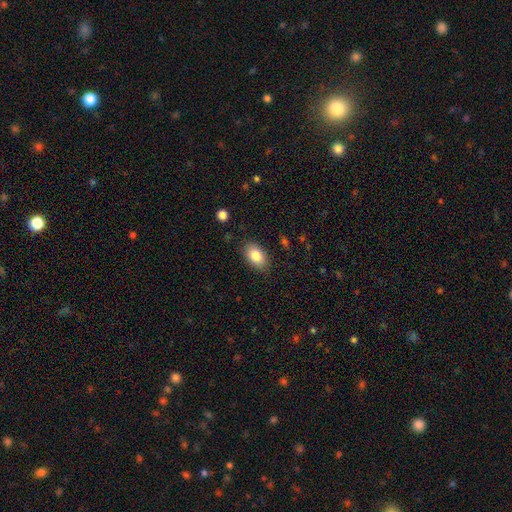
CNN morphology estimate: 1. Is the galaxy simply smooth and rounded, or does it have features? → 84% smooth, 9% featured or disk, 7% star or artifact.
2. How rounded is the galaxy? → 90% in between, 8% round, 2% cigar-shaped.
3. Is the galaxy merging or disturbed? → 85% none, 11% minor disturbance, 3% major disturbance, 1% merger.